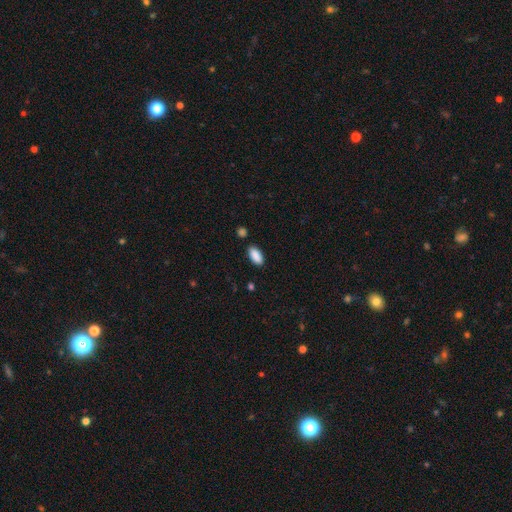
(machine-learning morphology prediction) A smooth galaxy with no disk features (90%) that is in between round and cigar-shaped (90%). Merging: none (85%).